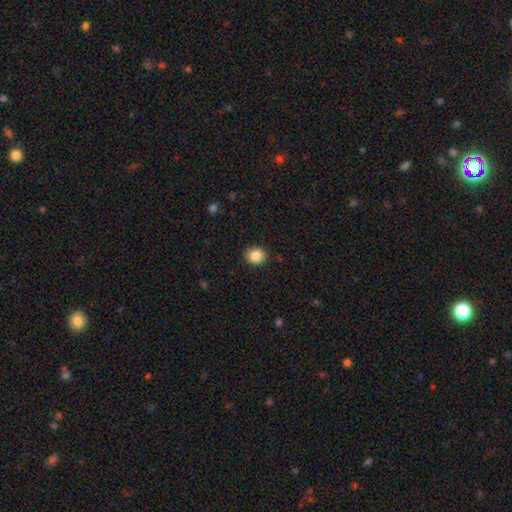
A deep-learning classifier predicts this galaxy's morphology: smooth 86%, star or artifact 10%, featured or disk 4%. Down the decision tree: how rounded — round (80%); merging — none (91%).